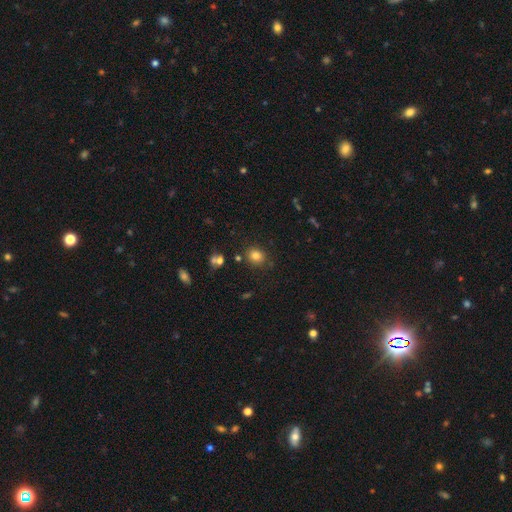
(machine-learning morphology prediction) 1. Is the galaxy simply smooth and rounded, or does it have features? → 80% smooth, 13% star or artifact, 7% featured or disk.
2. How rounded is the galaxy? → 71% round, 28% in between, 1% cigar-shaped.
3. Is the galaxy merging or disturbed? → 83% none, 10% minor disturbance, 4% merger, 3% major disturbance.